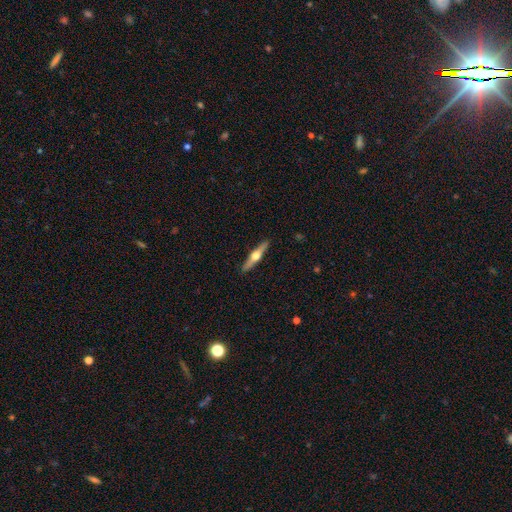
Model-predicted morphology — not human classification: A featured or disk galaxy (65%) viewed edge-on (96%) with a rounded central bulge (95%). Merging: none (91%).